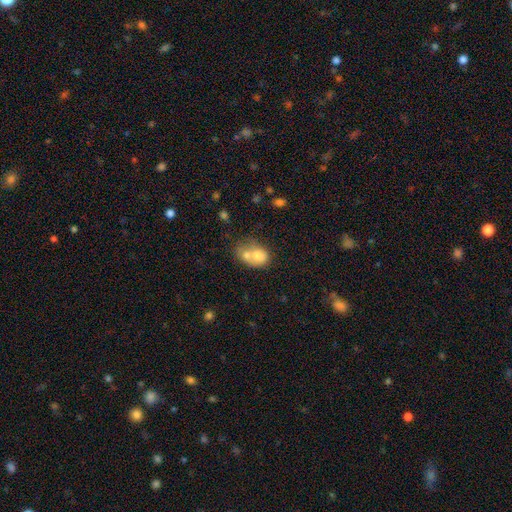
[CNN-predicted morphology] Smooth or featured? smooth (70%)
How rounded? in between (65%)
Merging? merger (65%)